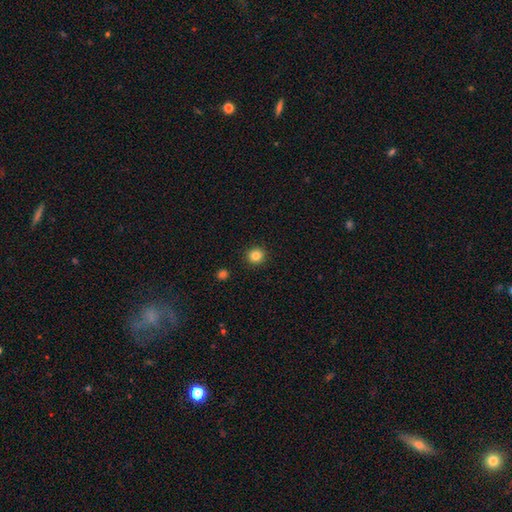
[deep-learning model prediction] smooth-or-featured: smooth: 84% | star or artifact: 11% | featured or disk: 5%
  how-rounded: round: 92% | in between: 8% | cigar-shaped: 1%
  merging: none: 92% | minor disturbance: 5% | major disturbance: 2% | merger: 1%